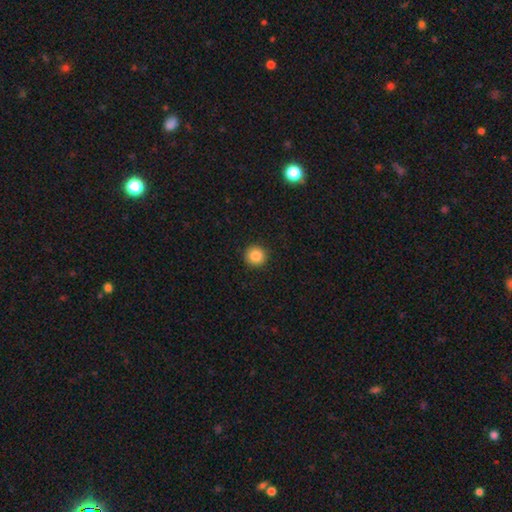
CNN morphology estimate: Smooth or featured?
  - smooth: 86% *
  - star or artifact: 10%
  - featured or disk: 4%
How rounded?
  - round: 95% *
  - in between: 4%
  - cigar-shaped: 1%
Merging?
  - none: 93% *
  - minor disturbance: 4%
  - major disturbance: 2%
  - merger: 1%